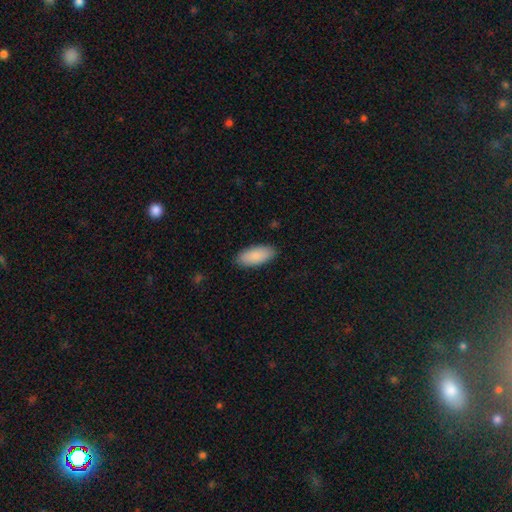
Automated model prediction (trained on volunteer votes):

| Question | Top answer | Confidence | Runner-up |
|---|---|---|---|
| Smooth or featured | smooth | 89% | featured or disk (6%) |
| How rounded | in between | 90% | cigar-shaped (9%) |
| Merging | none | 88% | minor disturbance (9%) |